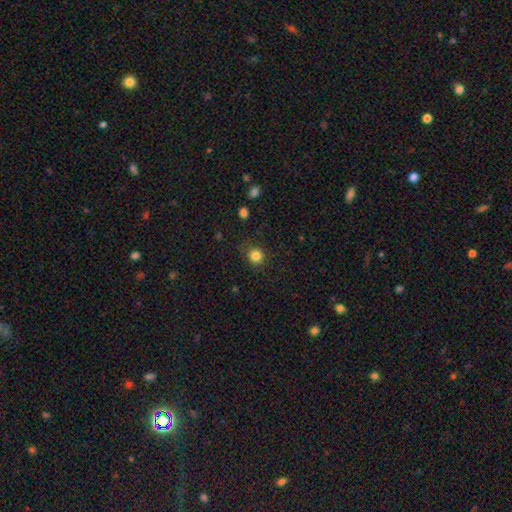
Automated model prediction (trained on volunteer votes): Smooth or featured? smooth (84%)
How rounded? round (88%)
Merging? none (84%)